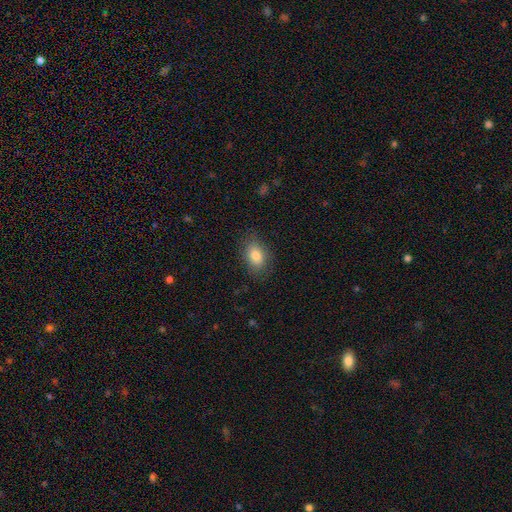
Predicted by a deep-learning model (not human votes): A smooth galaxy with no disk features (82%) that is in between round and cigar-shaped (84%). Merging: none (82%).